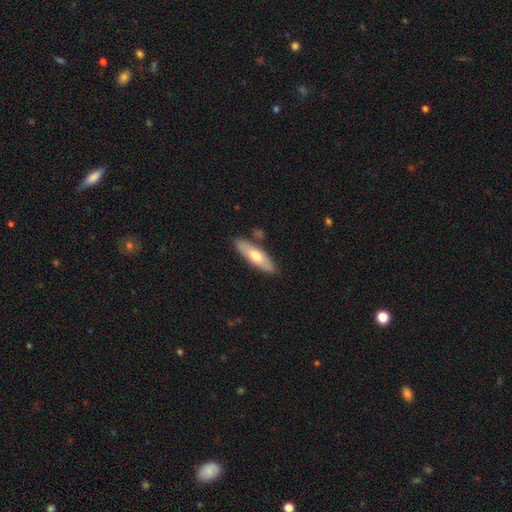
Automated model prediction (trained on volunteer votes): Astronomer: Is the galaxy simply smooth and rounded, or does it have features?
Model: smooth — 59% (runner-up: featured or disk, 35%).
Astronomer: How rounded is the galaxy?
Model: cigar-shaped — 50% (runner-up: in between, 48%).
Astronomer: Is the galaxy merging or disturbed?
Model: none — 80%.